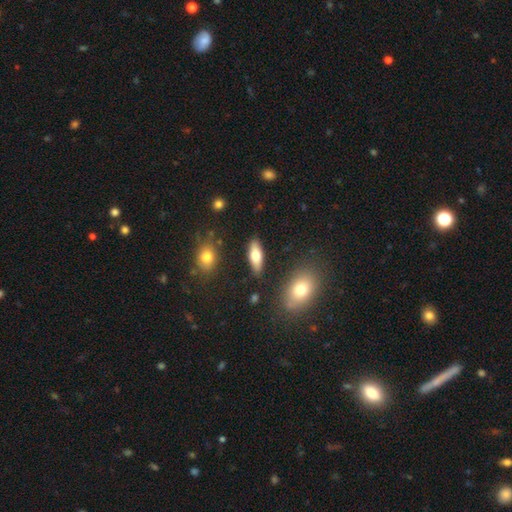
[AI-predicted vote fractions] A smooth galaxy with no disk features (69%) that is in between round and cigar-shaped (65%). Merging: none (86%).